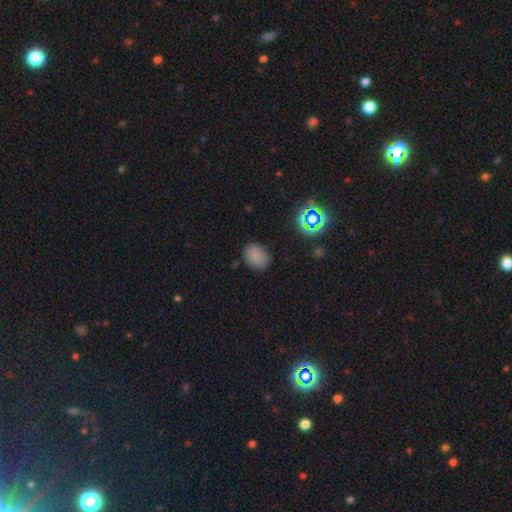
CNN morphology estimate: Overall: smooth (79%). How rounded: in between (67%; round 32%). Merging: none (81%).